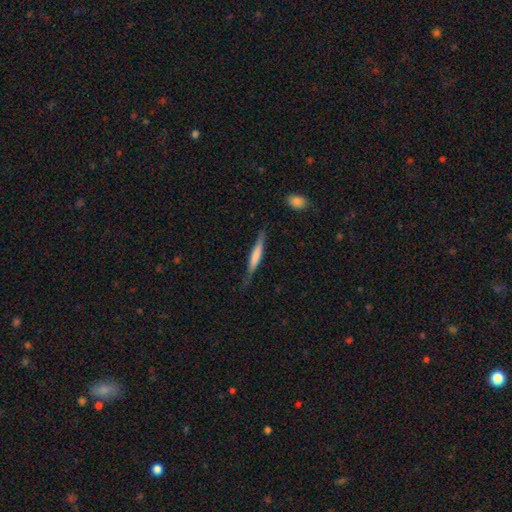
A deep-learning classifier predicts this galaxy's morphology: type=smooth (57%); roundness=cigar-shaped (93%); merging=none (73%).